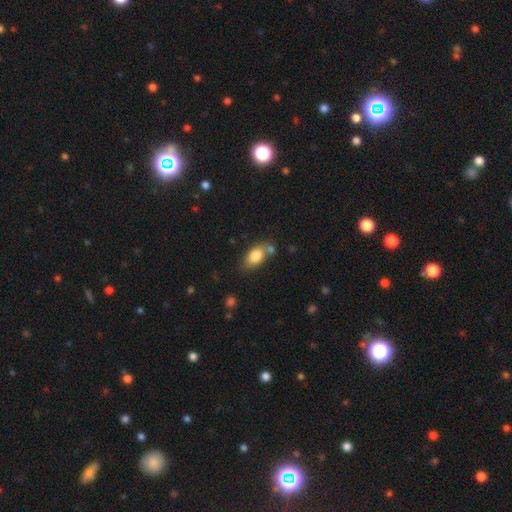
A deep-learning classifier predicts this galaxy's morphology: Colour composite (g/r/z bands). It shows a smooth galaxy with no disk features (80%) that is in between round and cigar-shaped (87%). Merging: none (58%).